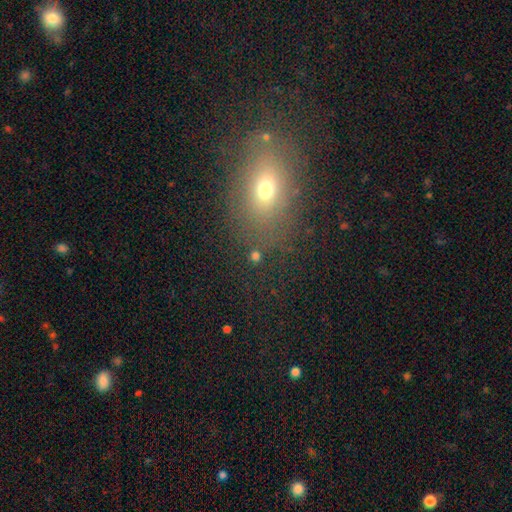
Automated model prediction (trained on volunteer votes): This appears to be a smooth galaxy with no disk features (63%) that is round (79%). Merging: none (74%).